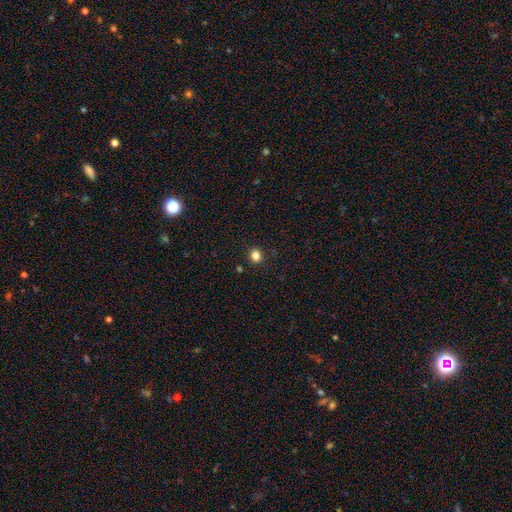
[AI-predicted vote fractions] This is clearly a smooth galaxy (83%). How rounded: likely round (78%). Merging: clearly none (89%).